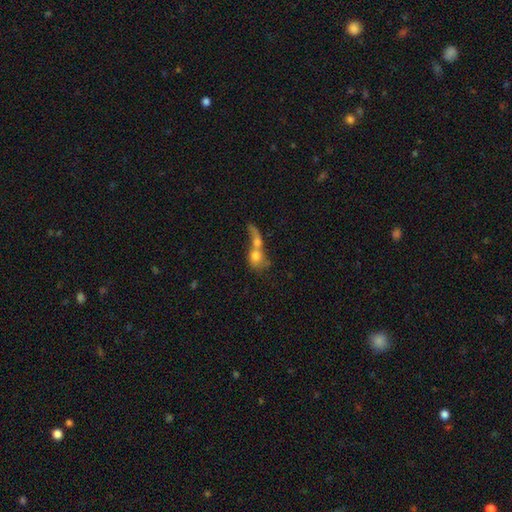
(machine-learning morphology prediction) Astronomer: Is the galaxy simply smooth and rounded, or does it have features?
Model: smooth — 63%.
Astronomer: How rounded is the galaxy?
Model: round — 52% (runner-up: in between, 41%).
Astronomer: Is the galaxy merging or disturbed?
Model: merger — 78%.